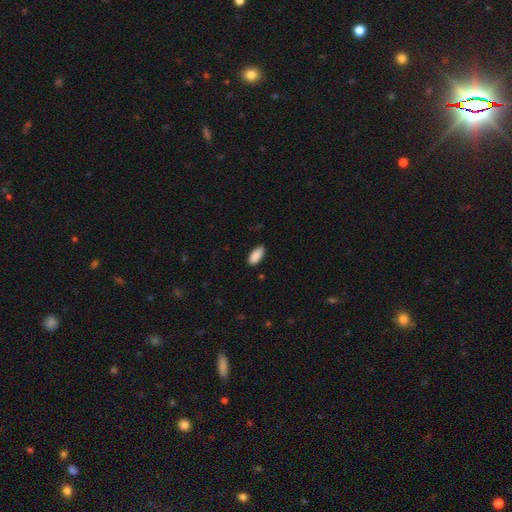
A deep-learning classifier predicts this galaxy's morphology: Smooth or featured?
  - smooth: 90% *
  - star or artifact: 6%
  - featured or disk: 4%
How rounded?
  - in between: 88% *
  - cigar-shaped: 10%
  - round: 2%
Merging?
  - none: 85% *
  - minor disturbance: 12%
  - major disturbance: 2%
  - merger: 1%